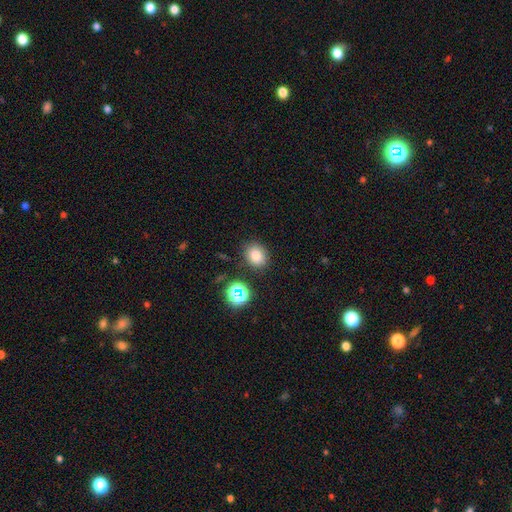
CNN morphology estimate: This is likely a smooth galaxy (79%). How rounded: possibly round (58%). Merging: clearly none (83%).